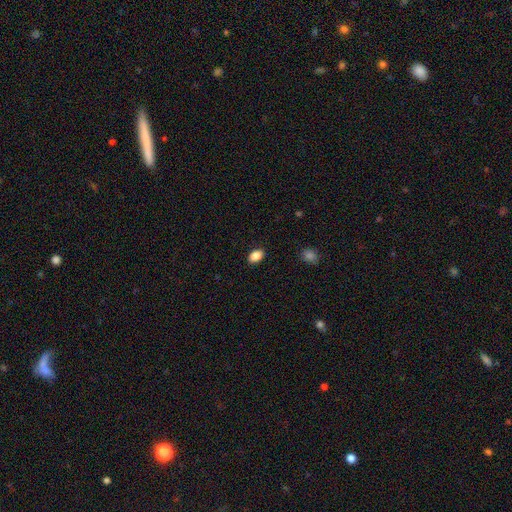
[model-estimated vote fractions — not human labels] smooth_or_featured: smooth (p=0.87) [alt: star or artifact p=0.08]
how_rounded: in between (p=0.85) [alt: round p=0.14]
merging: none (p=0.88) [alt: minor disturbance p=0.09]